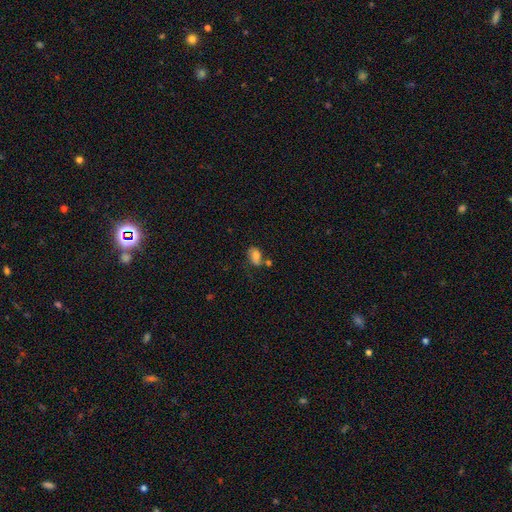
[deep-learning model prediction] smooth 66%, featured or disk 24%, star or artifact 11%. Down the decision tree: how rounded — in between (83%); merging — none (46%).